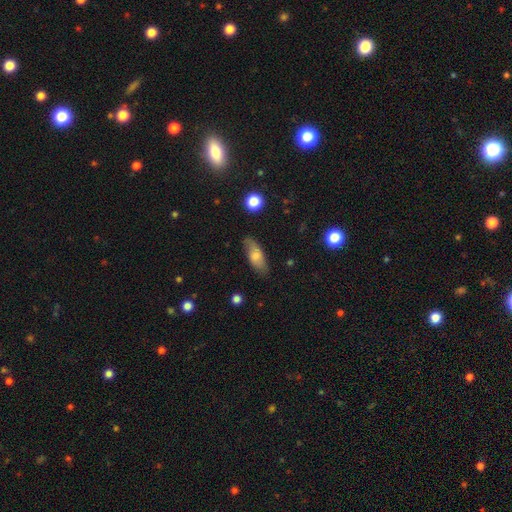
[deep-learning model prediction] smooth-or-featured: smooth: 68% | featured or disk: 25% | star or artifact: 7%
  how-rounded: in between: 77% | cigar-shaped: 20% | round: 3%
  merging: none: 74% | minor disturbance: 20% | major disturbance: 4% | merger: 2%